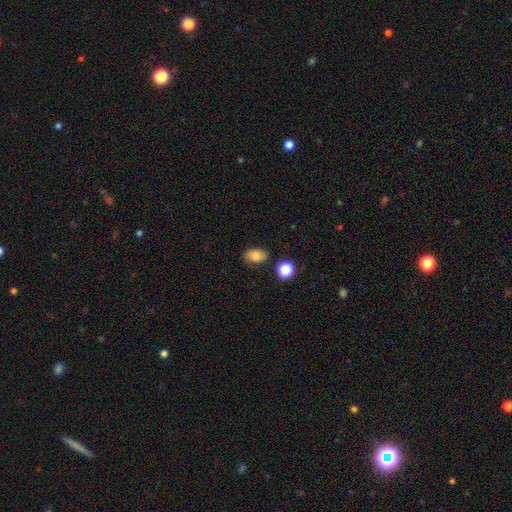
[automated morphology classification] This appears to be a smooth galaxy with no disk features (74%) that is in between round and cigar-shaped (84%). Merging: none (77%).